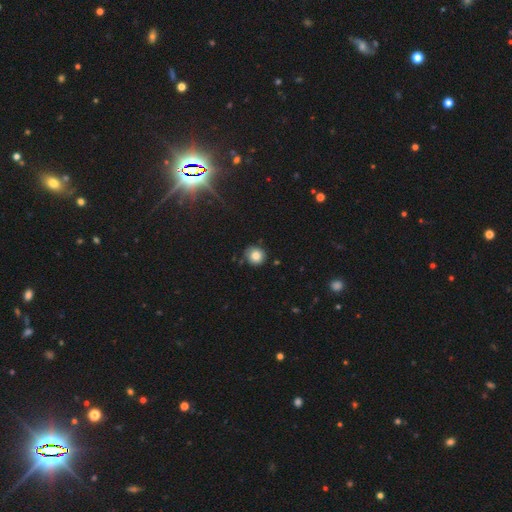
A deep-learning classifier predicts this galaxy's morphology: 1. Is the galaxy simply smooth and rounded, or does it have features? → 82% smooth, 11% star or artifact, 8% featured or disk.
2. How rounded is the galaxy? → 90% round, 9% in between, 1% cigar-shaped.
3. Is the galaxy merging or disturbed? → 78% none, 15% minor disturbance, 3% major disturbance, 3% merger.